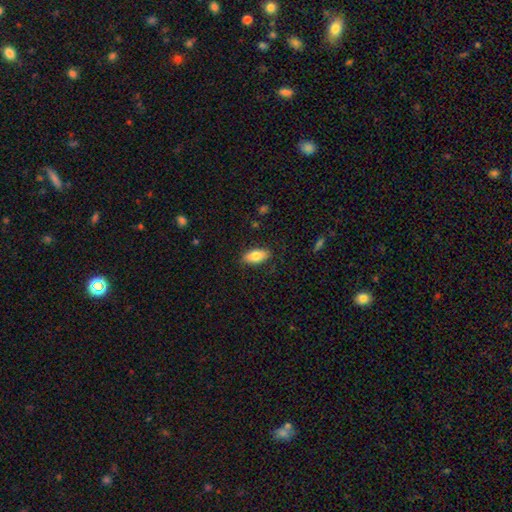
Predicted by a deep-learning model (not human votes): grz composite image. It shows a smooth galaxy with no disk features (81%) that is in between round and cigar-shaped (89%). Merging: none (84%).